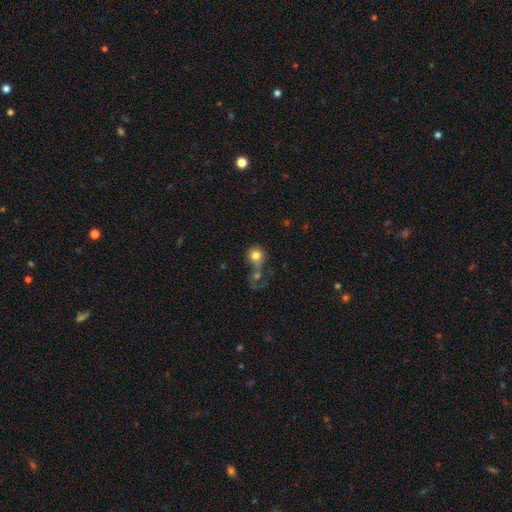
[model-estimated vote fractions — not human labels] This appears to be a smooth galaxy with no disk features (80%) that is round (83%). Merging: merger (44%).